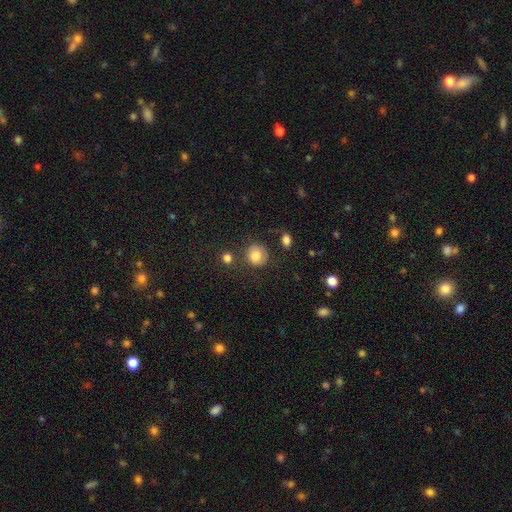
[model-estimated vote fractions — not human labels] Smooth or featured? smooth (83%)
How rounded? round (85%)
Merging? none (75%)